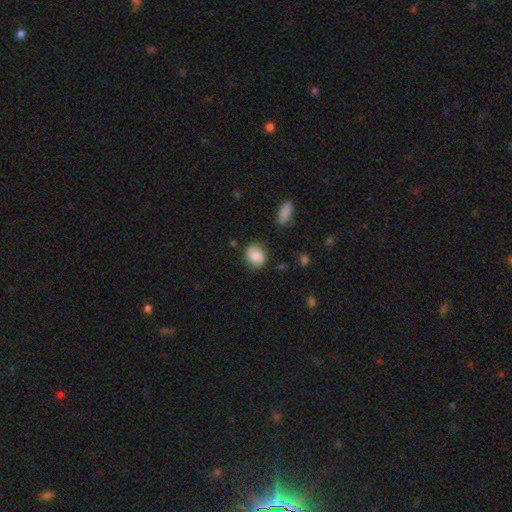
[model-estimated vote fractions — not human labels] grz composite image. It shows a smooth galaxy with no disk features (79%) that is round (55%). Merging: none (78%).